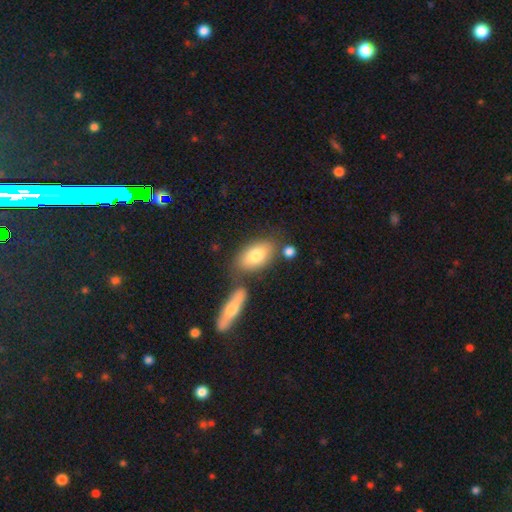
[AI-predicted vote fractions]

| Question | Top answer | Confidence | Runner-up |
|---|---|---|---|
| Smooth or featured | smooth | 76% | featured or disk (17%) |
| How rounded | in between | 89% | round (6%) |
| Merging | none | 64% | merger (18%) |